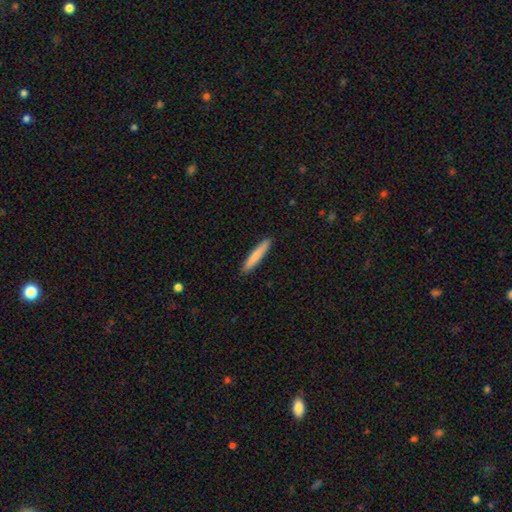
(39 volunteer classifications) A smooth galaxy with no disk features (72%) that is cigar-shaped (100%). Merging: none (90%).